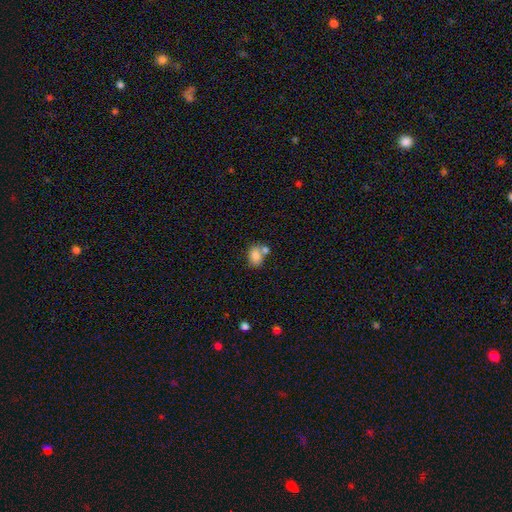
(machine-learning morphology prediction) Smooth or featured? Predicted: smooth (p=0.79). How rounded? Predicted: in between (p=0.62). Merging? Predicted: none (p=0.46).